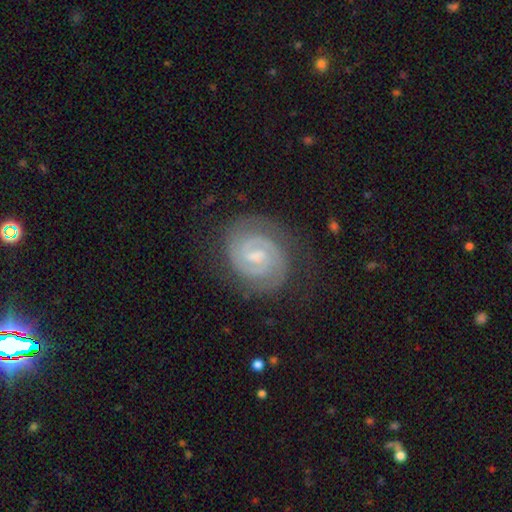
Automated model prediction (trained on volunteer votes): A featured or disk galaxy (89%) with a weak bar (59%), 2 (88%) tight (69%) spiral arms (98%) and a small central bulge (47%). Merging: none (80%).